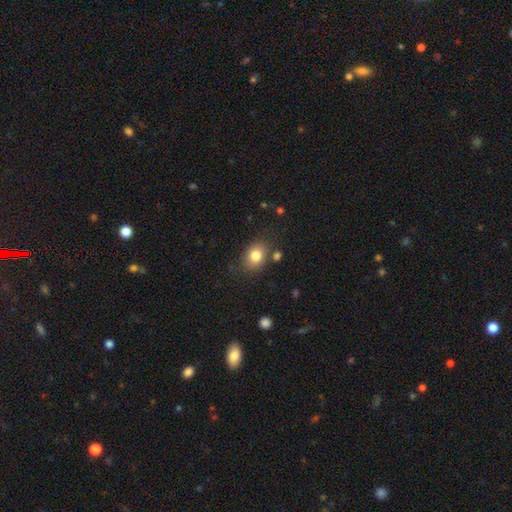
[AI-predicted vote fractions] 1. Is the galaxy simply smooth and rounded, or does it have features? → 82% smooth, 10% star or artifact, 8% featured or disk.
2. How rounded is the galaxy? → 59% in between, 40% round, 1% cigar-shaped.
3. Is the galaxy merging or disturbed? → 76% none, 14% minor disturbance, 6% merger, 4% major disturbance.